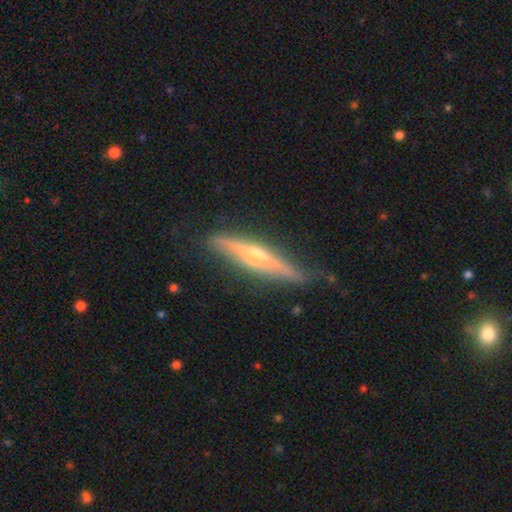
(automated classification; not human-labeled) The model was most divided on "smooth or featured": featured or disk: 73%, smooth: 21%, star or artifact: 6%. More confident: edge-on disk — yes (96%); edge-on bulge — rounded (85%); merging — none (79%).